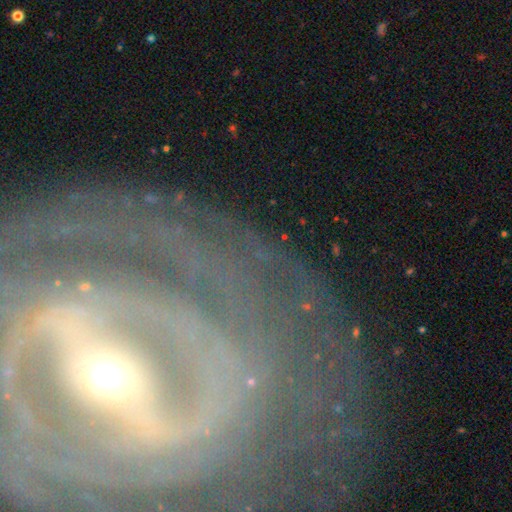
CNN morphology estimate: Q: Smooth or featured?
A: featured or disk (85%); runner-up: star or artifact (8%)
Q: Edge-on disk?
A: no (93%); runner-up: yes (7%)
Q: Bar?
A: strong (63%); runner-up: weak (22%)
Q: Spiral arms?
A: yes (85%); runner-up: no (15%)
Q: Spiral winding?
A: tight (70%); runner-up: medium (22%)
Q: Spiral arm count?
A: 2 (31%); runner-up: can't tell (30%)
Q: Bulge size?
A: small (55%); runner-up: moderate (37%)
Q: Merging?
A: none (75%); runner-up: minor disturbance (13%)